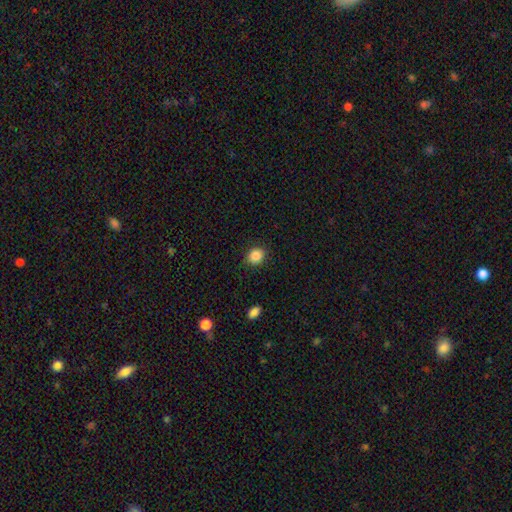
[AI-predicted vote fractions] smooth_or_featured: smooth (p=0.87) [alt: star or artifact p=0.10]
how_rounded: round (p=0.70) [alt: in between p=0.29]
merging: none (p=0.88) [alt: minor disturbance p=0.08]